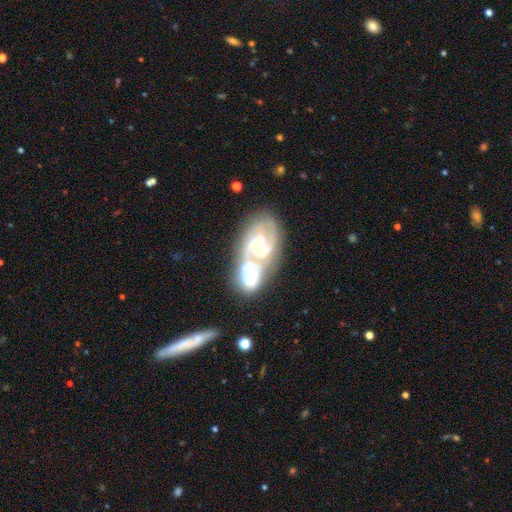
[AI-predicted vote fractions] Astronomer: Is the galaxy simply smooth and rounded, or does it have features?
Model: featured or disk — 74%.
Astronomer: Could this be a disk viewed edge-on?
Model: no — 92%.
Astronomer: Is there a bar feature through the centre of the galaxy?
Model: no — 58%.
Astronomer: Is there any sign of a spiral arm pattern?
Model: yes — 84%.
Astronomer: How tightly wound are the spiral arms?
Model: tight — 49% (runner-up: medium, 37%).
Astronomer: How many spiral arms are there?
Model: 2 — 48% (runner-up: can't tell, 31%).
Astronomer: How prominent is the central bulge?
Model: small — 50% (runner-up: moderate, 42%).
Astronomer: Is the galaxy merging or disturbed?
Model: merger — 51% (runner-up: none, 33%).